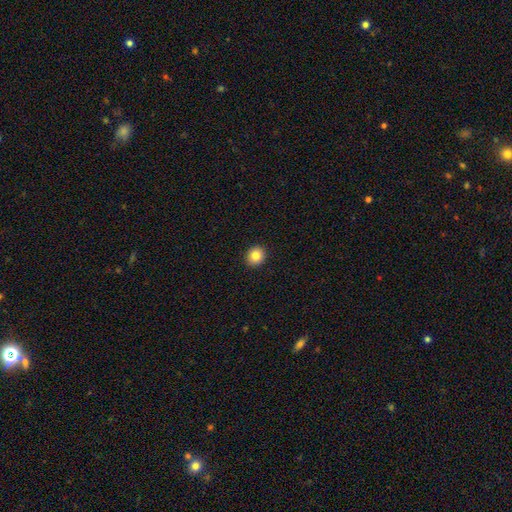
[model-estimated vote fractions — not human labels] The model was most divided on "how rounded": round: 81%, in between: 18%, cigar-shaped: 1%. More confident: merging — none (92%); smooth or featured — smooth (83%).